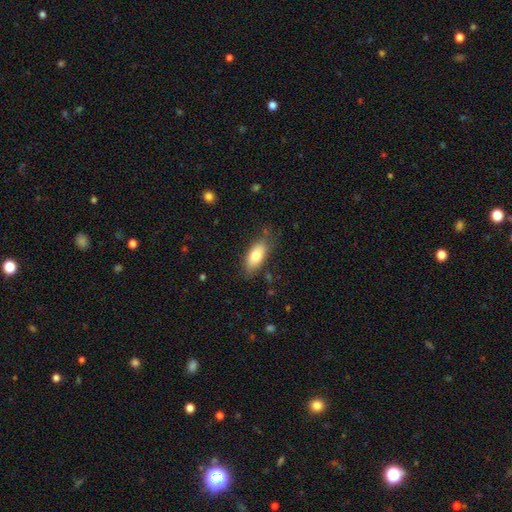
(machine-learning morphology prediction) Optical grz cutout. It shows a smooth galaxy with no disk features (79%) that is in between round and cigar-shaped (86%). Merging: none (78%).